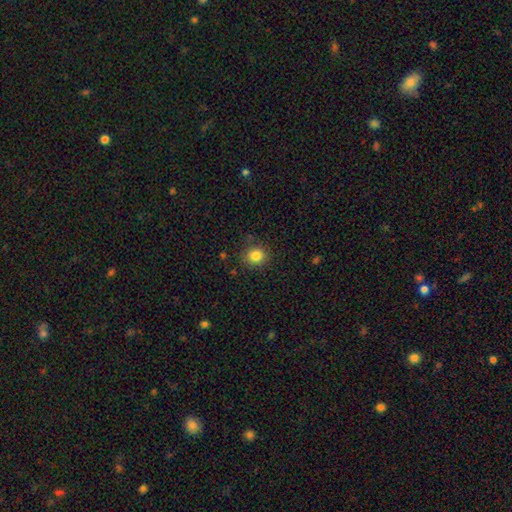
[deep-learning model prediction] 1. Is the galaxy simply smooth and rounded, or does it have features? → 83% smooth, 12% star or artifact, 6% featured or disk.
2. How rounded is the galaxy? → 80% round, 19% in between, 1% cigar-shaped.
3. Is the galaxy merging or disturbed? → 86% none, 9% minor disturbance, 3% major disturbance, 2% merger.